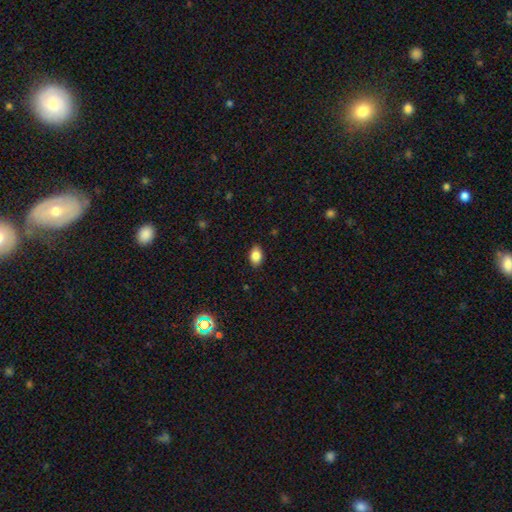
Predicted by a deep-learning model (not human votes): Smooth or featured: smooth — 85% (star or artifact — 9%)
How rounded: in between — 86% (round — 13%)
Merging: none — 88% (minor disturbance — 9%)